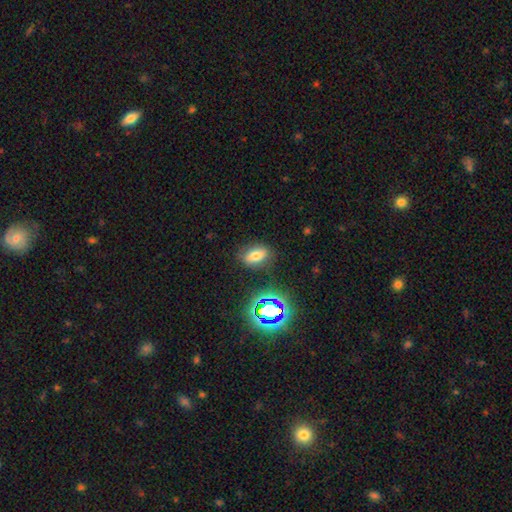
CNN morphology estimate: type=smooth (66%); roundness=in between (85%); merging=none (82%).